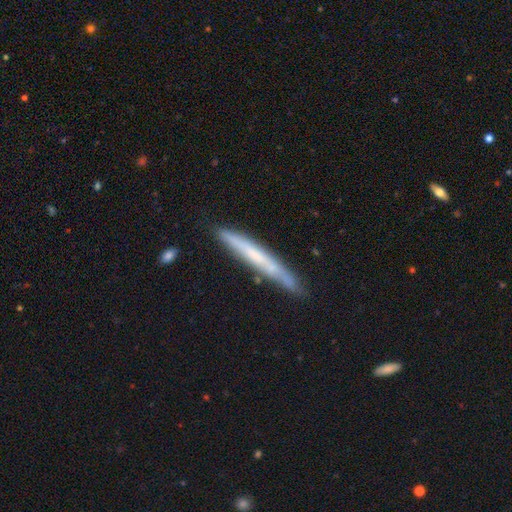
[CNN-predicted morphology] A featured or disk galaxy (48%). Merging: none (80%).